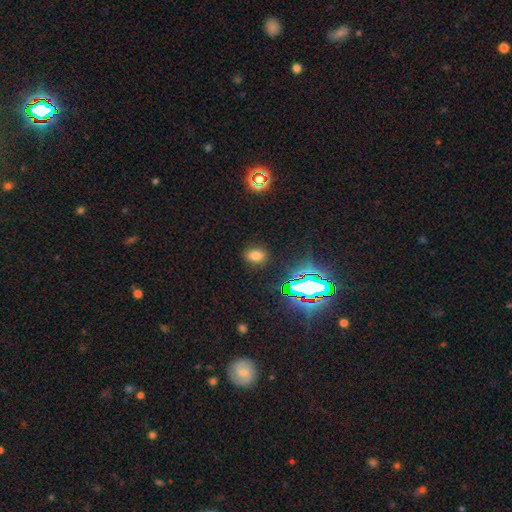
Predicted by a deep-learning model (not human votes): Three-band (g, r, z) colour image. It shows a smooth galaxy with no disk features (69%) that is in between round and cigar-shaped (65%). Merging: none (86%).